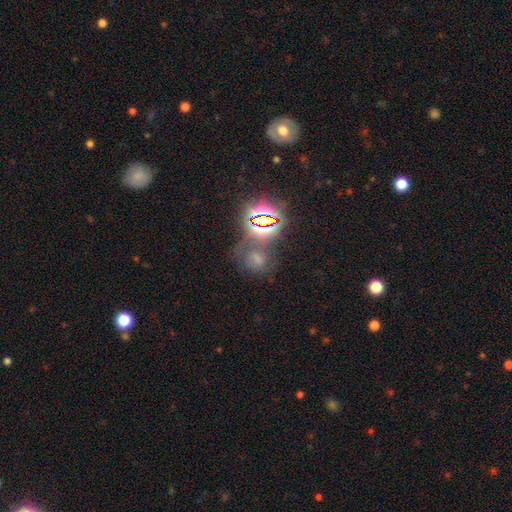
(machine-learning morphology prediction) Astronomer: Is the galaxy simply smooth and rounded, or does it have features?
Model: star or artifact — 52% (runner-up: smooth, 31%).